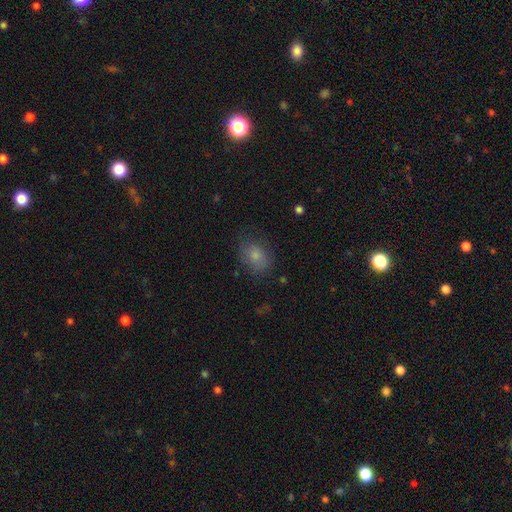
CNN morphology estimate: smooth_or_featured: smooth (p=0.80) [alt: star or artifact p=0.10]
how_rounded: in between (p=0.68) [alt: round p=0.31]
merging: none (p=0.74) [alt: minor disturbance p=0.18]